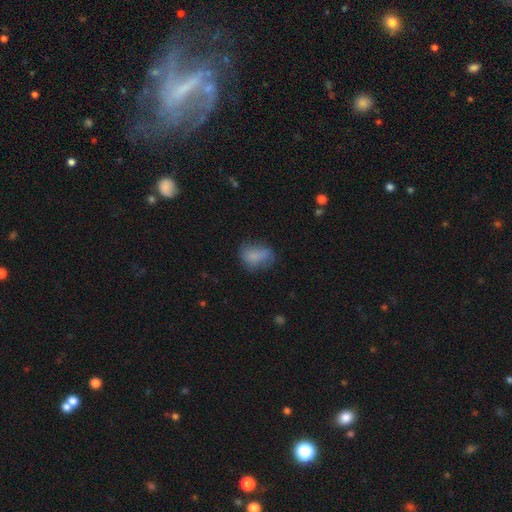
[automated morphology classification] type=smooth (75%); roundness=in between (76%); merging=none (51%).